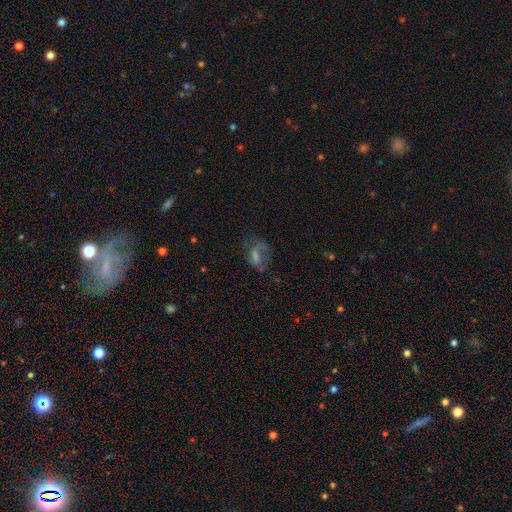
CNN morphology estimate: featured or disk 42%, smooth 35%, star or artifact 23%. Down the decision tree: merging — none (43%).